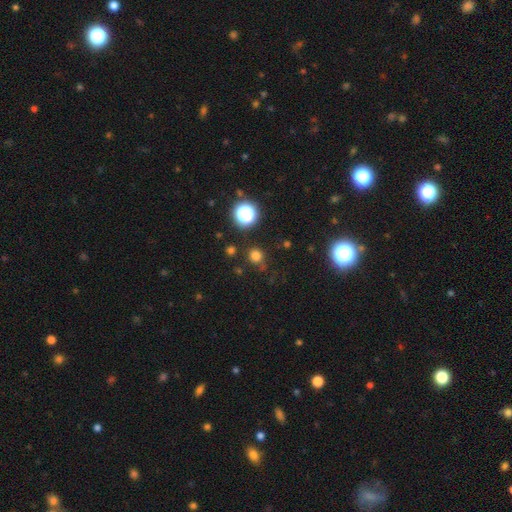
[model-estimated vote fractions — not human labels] smooth 73%, star or artifact 21%, featured or disk 5%. Down the decision tree: how rounded — round (90%); merging — none (82%).